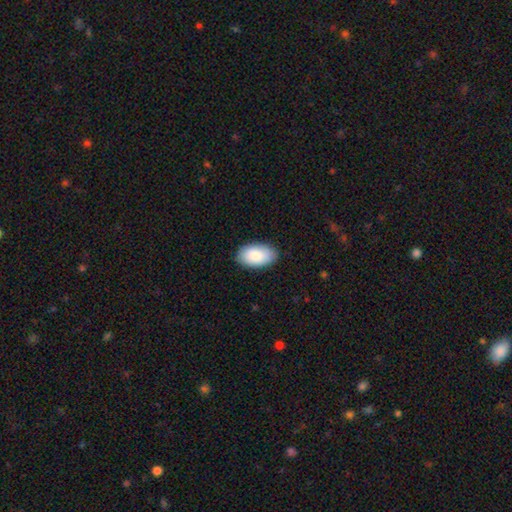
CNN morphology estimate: Smooth or featured? Predicted: smooth (p=0.86). How rounded? Predicted: in between (p=0.95). Merging? Predicted: none (p=0.86).